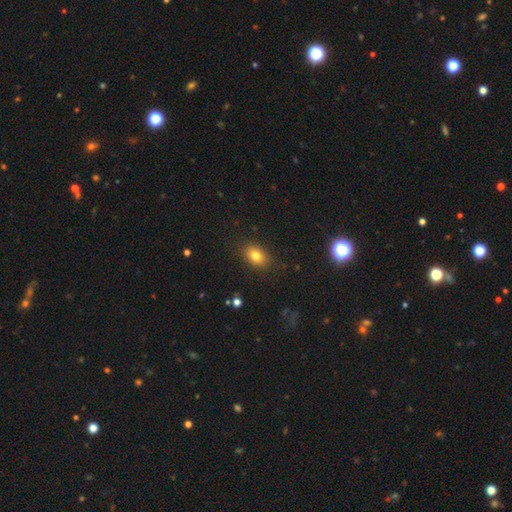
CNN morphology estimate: This is likely a smooth galaxy (80%). How rounded: likely in between (77%). Merging: clearly none (86%).